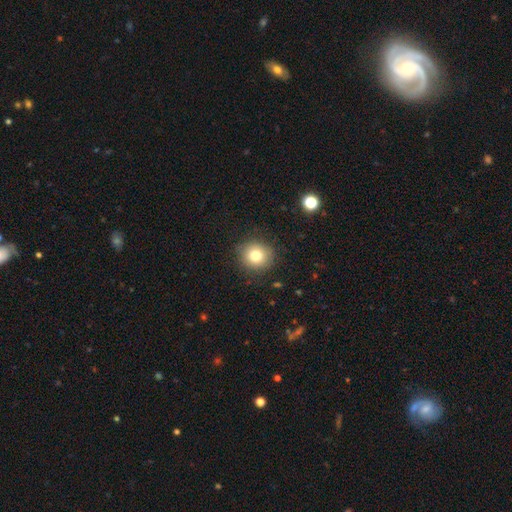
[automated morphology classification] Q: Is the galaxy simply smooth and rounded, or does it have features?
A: smooth — 78%.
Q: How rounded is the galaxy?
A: round — 87%.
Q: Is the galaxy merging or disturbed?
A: none — 87%.